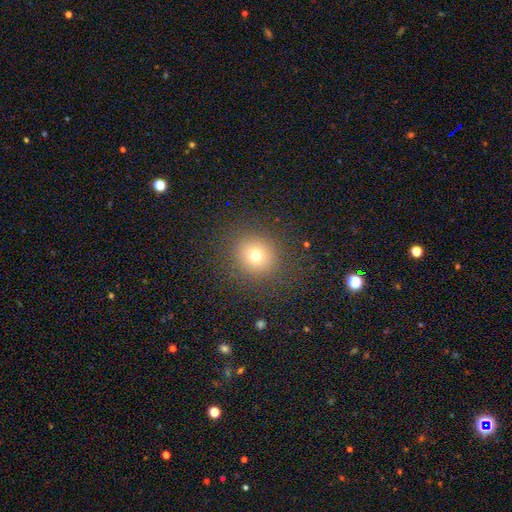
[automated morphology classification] Smooth or featured? Predicted: smooth (p=0.71). How rounded? Predicted: round (p=0.87). Merging? Predicted: none (p=0.85).